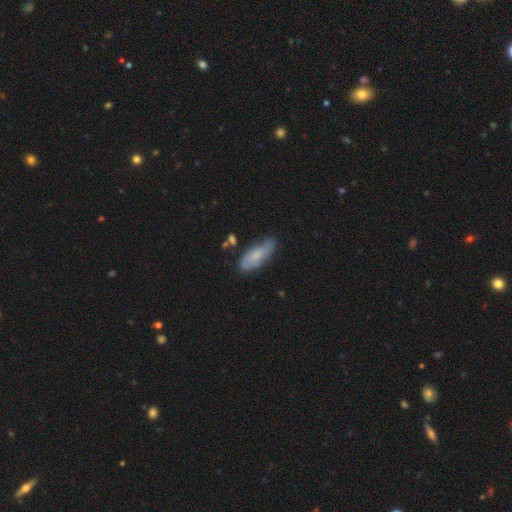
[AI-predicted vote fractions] A smooth galaxy with no disk features (52%) that is in between round and cigar-shaped (69%).

Vote fractions:
- Smooth or featured? smooth: 52% / featured or disk: 40% / star or artifact: 8%
- How rounded? in between: 69% / cigar-shaped: 28% / round: 2%
- Merging? none: 69% / minor disturbance: 22% / major disturbance: 5% / merger: 4%